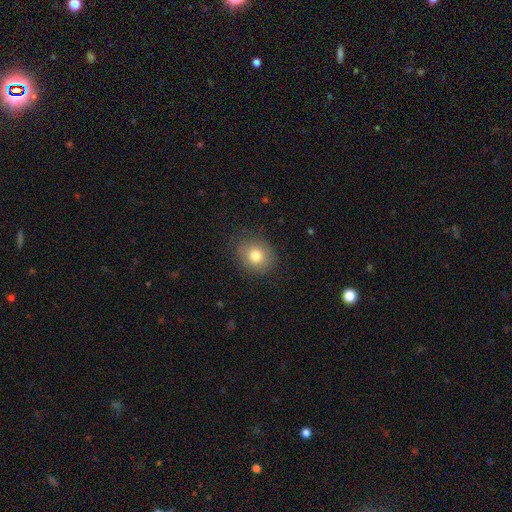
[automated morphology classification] This appears to be a smooth galaxy with no disk features (78%) that is round (68%). Merging: none (82%).